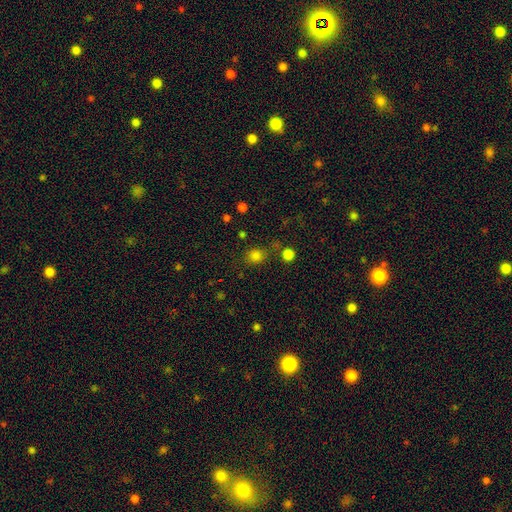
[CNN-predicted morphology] Smooth or featured?
  - smooth: 78% *
  - star or artifact: 17%
  - featured or disk: 5%
How rounded?
  - round: 76% *
  - in between: 23%
  - cigar-shaped: 1%
Merging?
  - none: 71% *
  - minor disturbance: 13%
  - merger: 10%
  - major disturbance: 6%